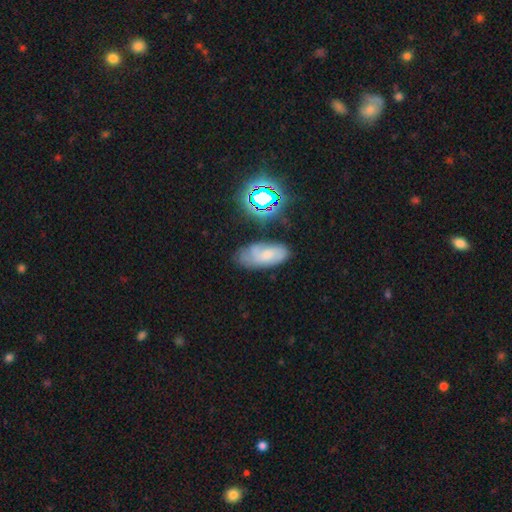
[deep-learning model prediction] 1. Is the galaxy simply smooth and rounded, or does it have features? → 43% featured or disk, 40% smooth, 17% star or artifact.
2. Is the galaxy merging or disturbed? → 59% none, 26% minor disturbance, 10% major disturbance, 5% merger.